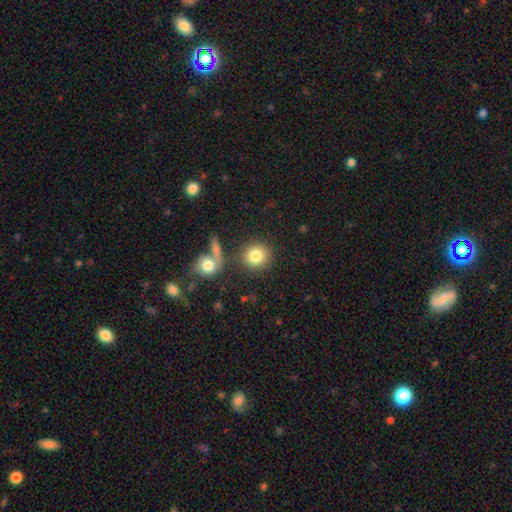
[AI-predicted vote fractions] A smooth galaxy with no disk features (83%) that is round (89%). Merging: none (77%).